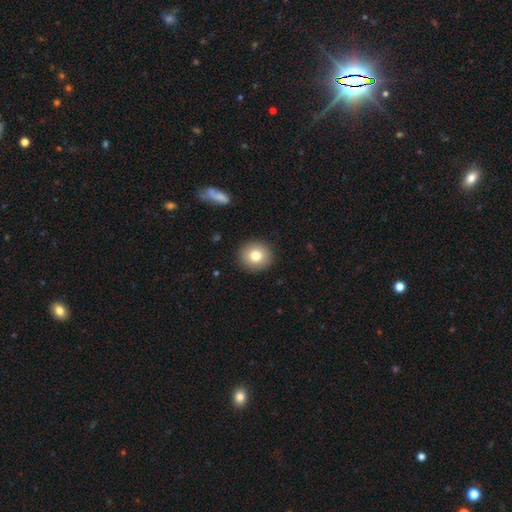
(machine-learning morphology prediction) A smooth galaxy with no disk features (79%) that is round (89%). Merging: none (91%).